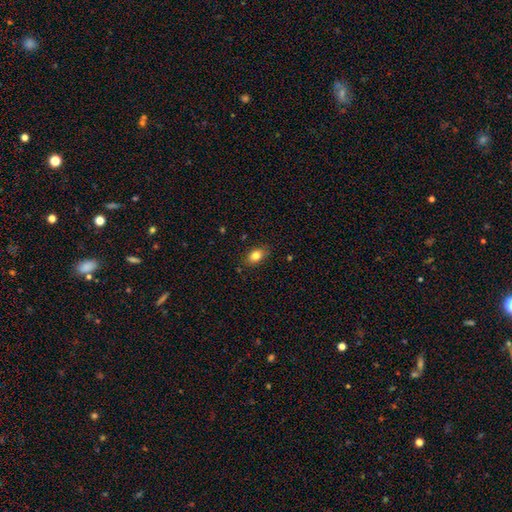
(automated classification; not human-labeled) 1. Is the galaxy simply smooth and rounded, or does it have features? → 82% smooth, 9% star or artifact, 9% featured or disk.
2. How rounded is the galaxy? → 81% in between, 17% round, 2% cigar-shaped.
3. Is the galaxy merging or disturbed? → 83% none, 13% minor disturbance, 3% major disturbance, 1% merger.